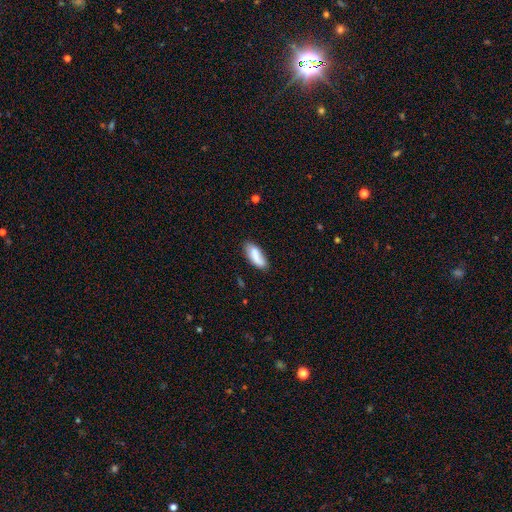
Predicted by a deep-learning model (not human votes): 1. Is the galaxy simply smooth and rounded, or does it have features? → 75% smooth, 18% featured or disk, 7% star or artifact.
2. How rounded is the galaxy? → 81% in between, 17% cigar-shaped, 2% round.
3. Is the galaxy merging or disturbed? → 68% none, 22% minor disturbance, 6% major disturbance, 4% merger.